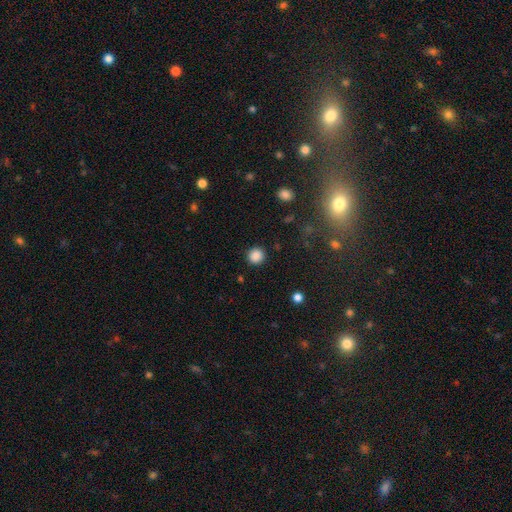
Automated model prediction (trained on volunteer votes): The model was most divided on "smooth or featured": smooth: 86%, star or artifact: 11%, featured or disk: 3%. More confident: how rounded — round (93%); merging — none (90%).